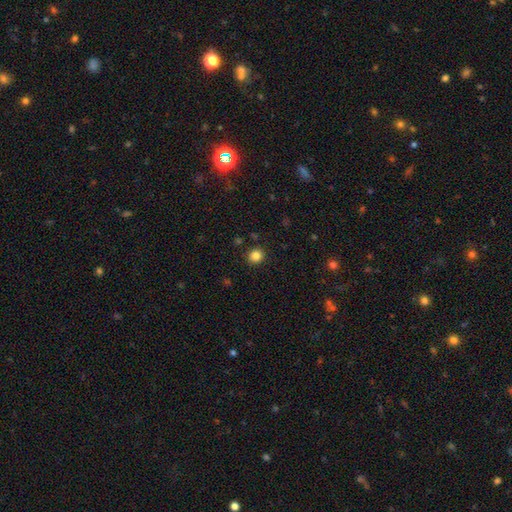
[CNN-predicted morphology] Smooth or featured? Predicted: smooth (p=0.84). How rounded? Predicted: round (p=0.88). Merging? Predicted: none (p=0.91).